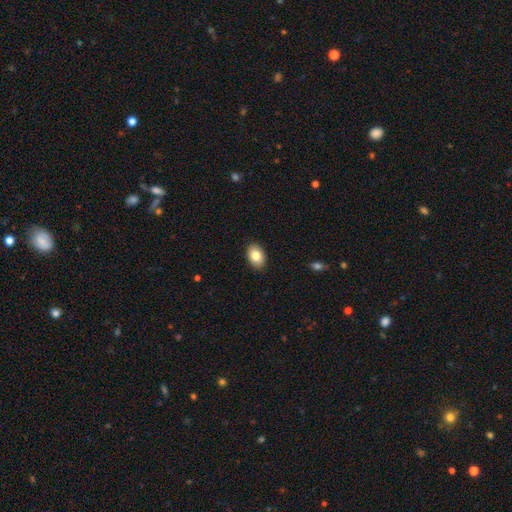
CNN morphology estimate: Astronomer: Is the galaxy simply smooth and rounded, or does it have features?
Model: smooth — 84%.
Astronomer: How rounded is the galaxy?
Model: in between — 85%.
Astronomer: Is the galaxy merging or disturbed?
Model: none — 90%.